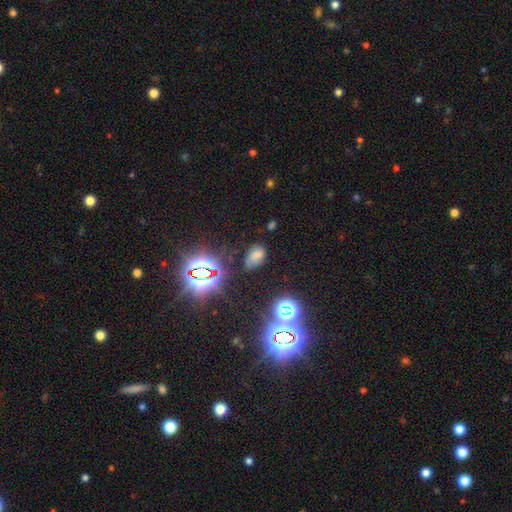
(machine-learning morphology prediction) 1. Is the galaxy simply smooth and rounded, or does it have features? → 58% smooth, 32% star or artifact, 11% featured or disk.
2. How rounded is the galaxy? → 88% in between, 11% round, 2% cigar-shaped.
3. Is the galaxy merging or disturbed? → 64% none, 22% minor disturbance, 9% major disturbance, 5% merger.